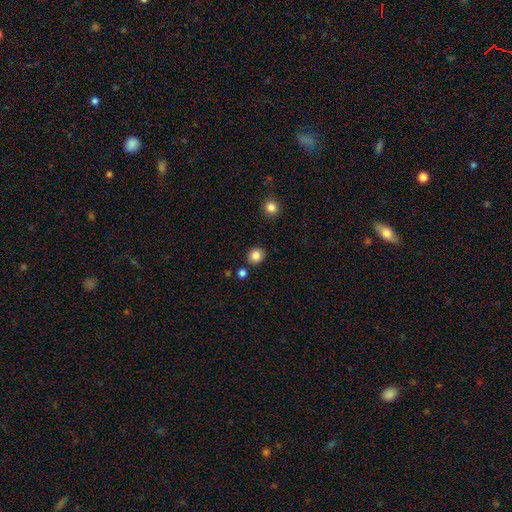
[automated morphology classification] This is clearly a smooth galaxy (85%). How rounded: likely round (78%). Merging: clearly none (85%).